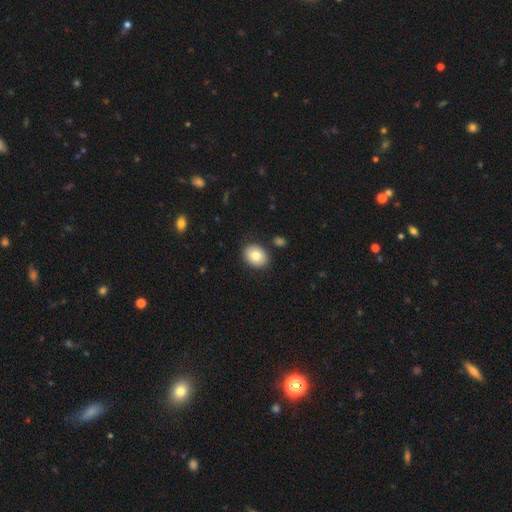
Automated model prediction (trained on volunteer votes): This is clearly a smooth galaxy (81%). How rounded: possibly in between (56%). Merging: clearly none (87%).